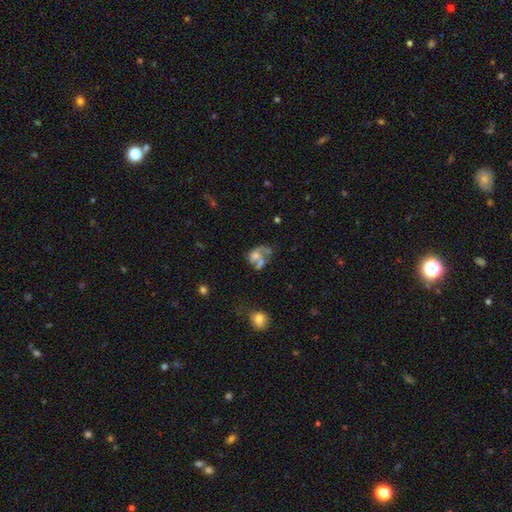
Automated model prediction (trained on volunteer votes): Smooth or featured? Predicted: featured or disk (p=0.52). Edge-on disk? Predicted: no (p=0.98). Bar? Predicted: no (p=0.82). Spiral arms? Predicted: no (p=0.65). Bulge size? Predicted: moderate (p=0.35). Merging? Predicted: merger (p=0.42).